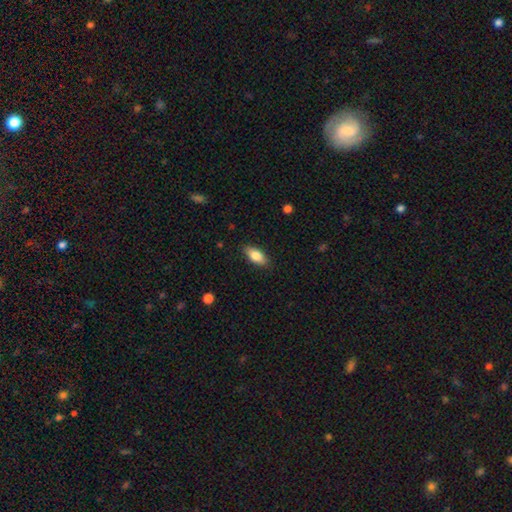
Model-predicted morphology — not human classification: Smooth or featured? Predicted: smooth (p=0.81). How rounded? Predicted: in between (p=0.87). Merging? Predicted: none (p=0.87).